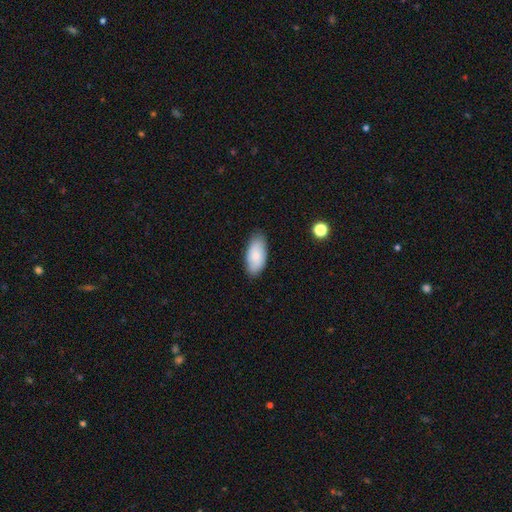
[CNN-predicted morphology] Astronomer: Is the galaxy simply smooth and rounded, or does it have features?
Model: smooth — 80%.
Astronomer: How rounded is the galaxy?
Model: in between — 94%.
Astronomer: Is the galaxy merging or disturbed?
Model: none — 83%.